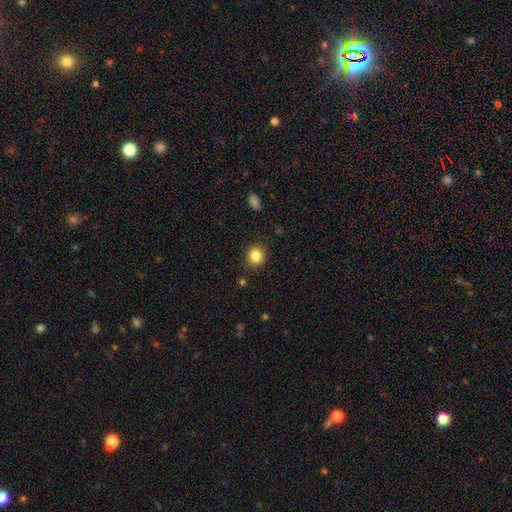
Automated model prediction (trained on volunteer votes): smooth 84%, star or artifact 10%, featured or disk 5%. Down the decision tree: how rounded — round (79%); merging — none (88%).